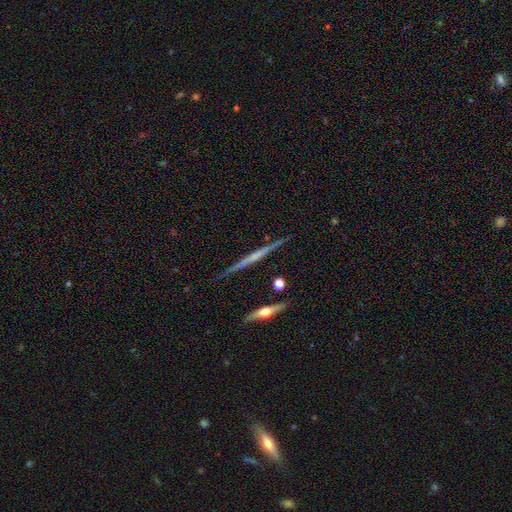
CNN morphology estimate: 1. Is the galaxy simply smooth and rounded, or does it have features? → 74% featured or disk, 20% smooth, 6% star or artifact.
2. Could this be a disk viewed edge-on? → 98% yes, 2% no.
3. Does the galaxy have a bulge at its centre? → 53% none, 32% rounded, 15% boxy.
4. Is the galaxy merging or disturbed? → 86% none, 9% minor disturbance, 2% merger, 2% major disturbance.